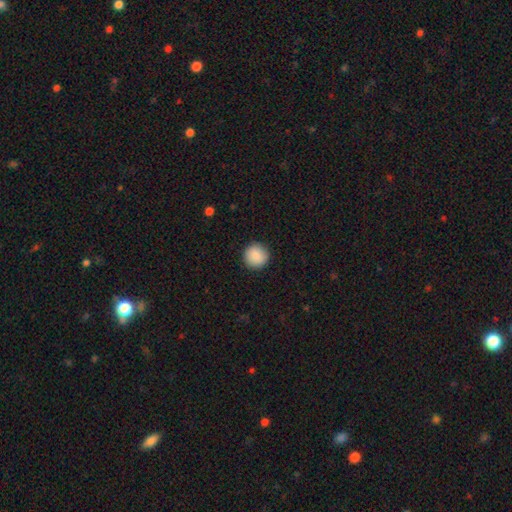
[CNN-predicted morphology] smooth-or-featured: smooth: 88% | star or artifact: 7% | featured or disk: 5%
  how-rounded: round: 95% | in between: 4% | cigar-shaped: 1%
  merging: none: 92% | minor disturbance: 5% | major disturbance: 2% | merger: 1%